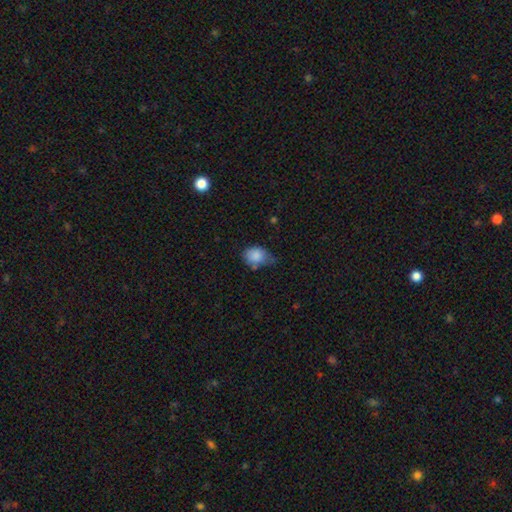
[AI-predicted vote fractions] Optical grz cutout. It shows a smooth galaxy with no disk features (84%) that is in between round and cigar-shaped (64%). Merging: minor disturbance (45%).